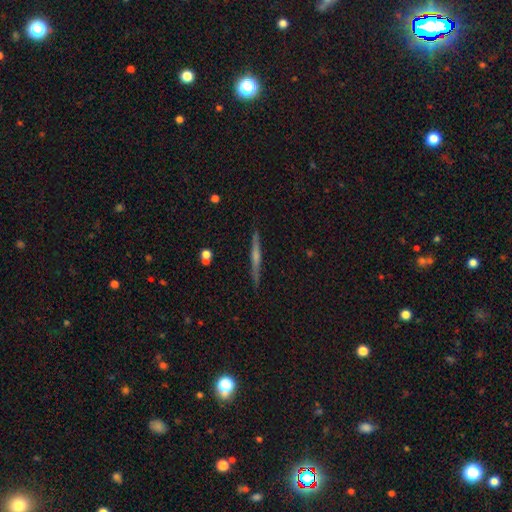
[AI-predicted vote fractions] Smooth or featured? Predicted: featured or disk (p=0.61). Edge-on disk? Predicted: yes (p=0.94). Edge-on bulge? Predicted: rounded (p=0.74). Merging? Predicted: none (p=0.88).